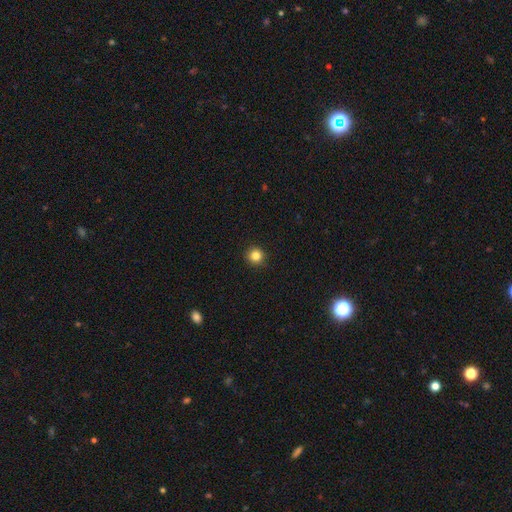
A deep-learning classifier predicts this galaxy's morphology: This is clearly a smooth galaxy (84%). How rounded: clearly round (95%). Merging: clearly none (93%).